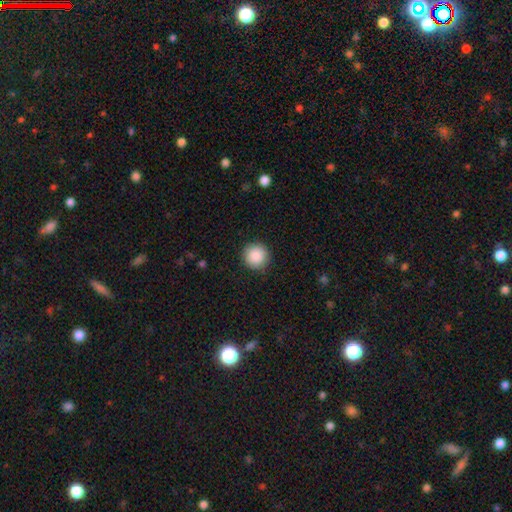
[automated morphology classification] Q: Smooth or featured?
A: smooth (89%); runner-up: star or artifact (8%)
Q: How rounded?
A: round (96%); runner-up: in between (3%)
Q: Merging?
A: none (91%); runner-up: minor disturbance (6%)